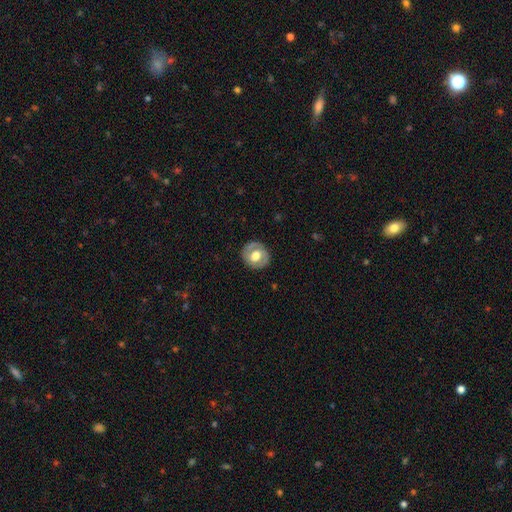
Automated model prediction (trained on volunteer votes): Q: Smooth or featured?
A: smooth (51%); runner-up: featured or disk (43%)
Q: How rounded?
A: round (80%); runner-up: in between (19%)
Q: Merging?
A: none (83%); runner-up: minor disturbance (12%)